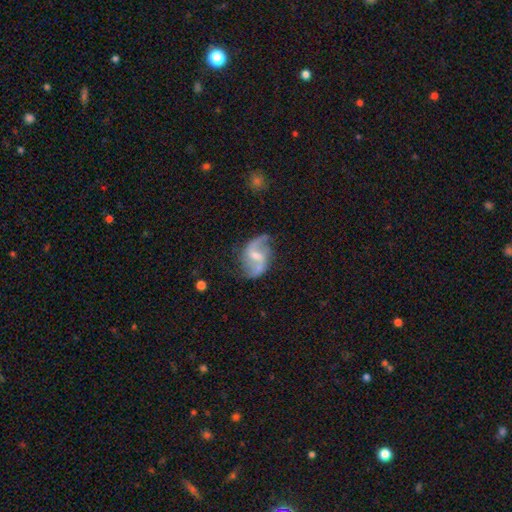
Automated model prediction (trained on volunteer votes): Q: Smooth or featured?
A: featured or disk (88%); runner-up: smooth (7%)
Q: Edge-on disk?
A: no (98%); runner-up: yes (2%)
Q: Bar?
A: weak (54%); runner-up: strong (29%)
Q: Spiral arms?
A: yes (95%); runner-up: no (5%)
Q: Spiral winding?
A: loose (68%); runner-up: medium (26%)
Q: Spiral arm count?
A: 2 (92%); runner-up: can't tell (2%)
Q: Bulge size?
A: small (46%); runner-up: moderate (41%)
Q: Merging?
A: none (70%); runner-up: minor disturbance (19%)